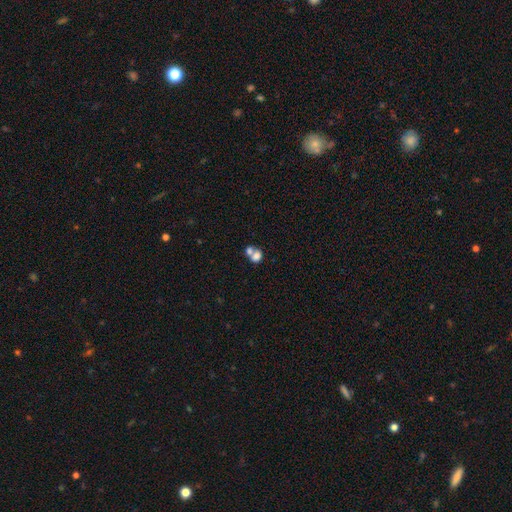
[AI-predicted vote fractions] smooth-or-featured: smooth: 73% | featured or disk: 16% | star or artifact: 11%
  how-rounded: in between: 51% | round: 48% | cigar-shaped: 1%
  merging: merger: 64% | none: 25% | minor disturbance: 7% | major disturbance: 5%